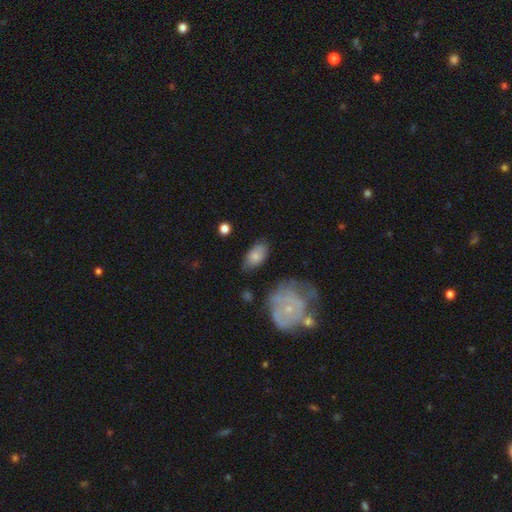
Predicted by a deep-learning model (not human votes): This appears to be a smooth galaxy with no disk features (76%) that is in between round and cigar-shaped (92%). Merging: none (70%).